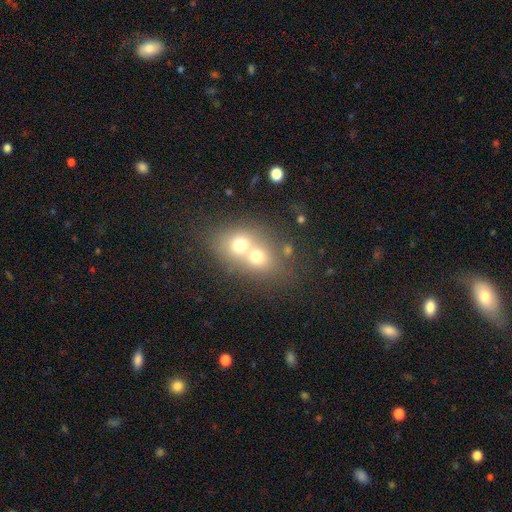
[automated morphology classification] smooth-or-featured: smooth: 58% | featured or disk: 26% | star or artifact: 16%
  how-rounded: round: 60% | in between: 38% | cigar-shaped: 1%
  merging: merger: 68% | none: 24% | minor disturbance: 5% | major disturbance: 3%